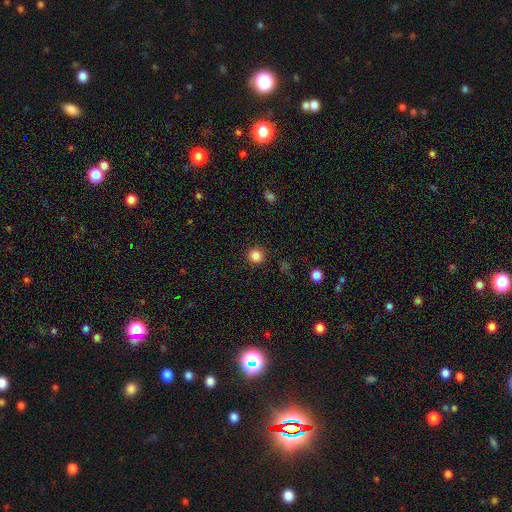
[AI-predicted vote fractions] This appears to be a smooth galaxy with no disk features (85%) that is round (94%). Merging: none (92%).